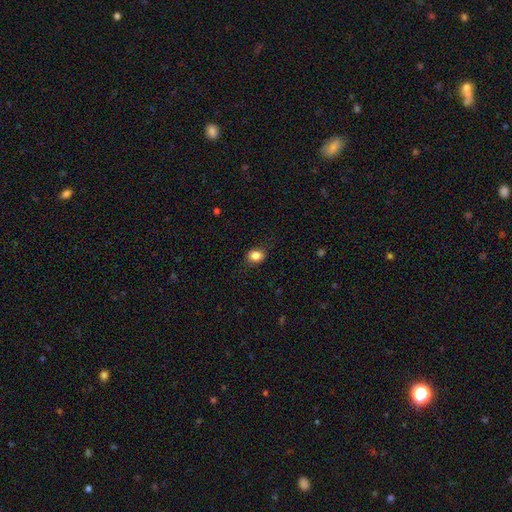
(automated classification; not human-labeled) A smooth galaxy with no disk features (85%) that is round (51%).

Vote fractions:
- Smooth or featured? smooth: 85% / star or artifact: 10% / featured or disk: 5%
- How rounded? round: 51% / in between: 48% / cigar-shaped: 1%
- Merging? none: 84% / minor disturbance: 12% / major disturbance: 3% / merger: 1%